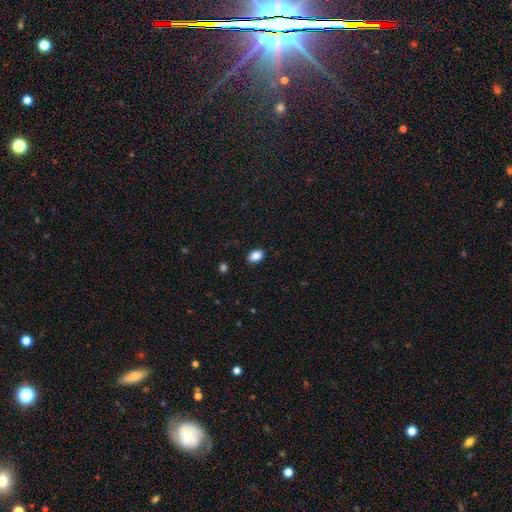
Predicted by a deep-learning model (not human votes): A smooth galaxy with no disk features (87%) that is in between round and cigar-shaped (81%). Merging: none (88%).